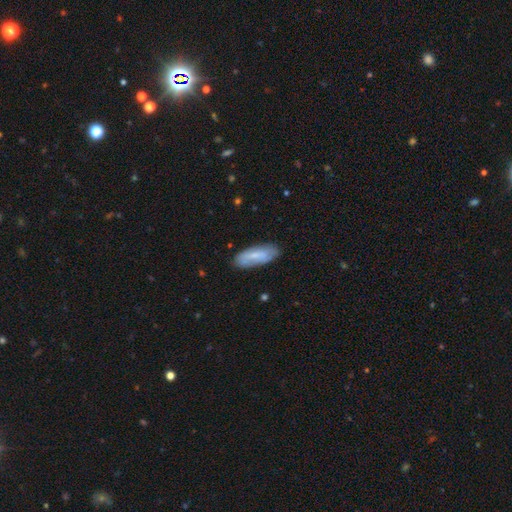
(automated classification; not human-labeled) This appears to be a smooth galaxy with no disk features (69%) that is in between round and cigar-shaped (70%). Merging: none (80%).